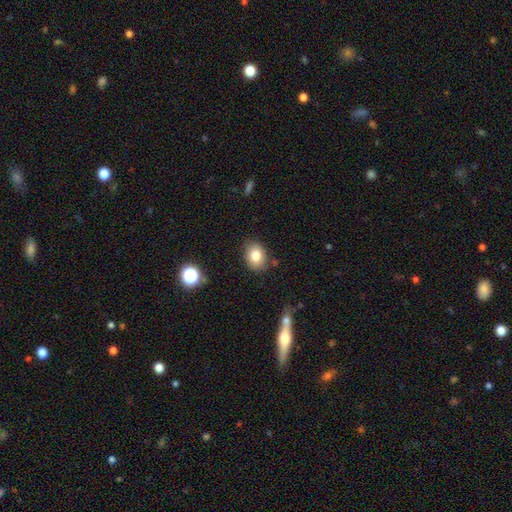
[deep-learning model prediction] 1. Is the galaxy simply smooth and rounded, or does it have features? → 81% smooth, 10% star or artifact, 9% featured or disk.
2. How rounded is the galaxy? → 59% in between, 40% round, 1% cigar-shaped.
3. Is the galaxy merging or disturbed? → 83% none, 12% minor disturbance, 3% major disturbance, 2% merger.